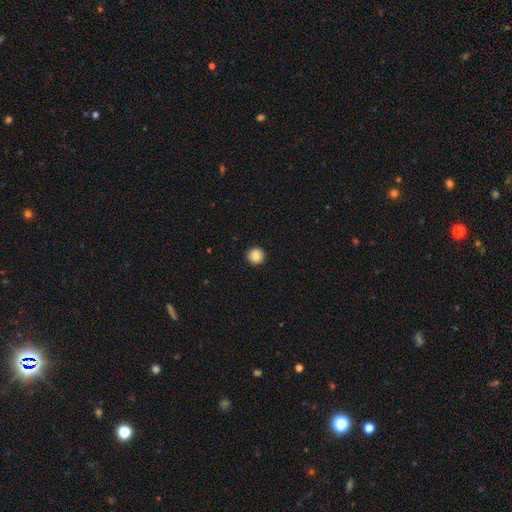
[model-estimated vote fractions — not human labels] A smooth galaxy with no disk features (87%) that is round (95%).

Vote fractions:
- Smooth or featured? smooth: 87% / star or artifact: 9% / featured or disk: 4%
- How rounded? round: 95% / in between: 4% / cigar-shaped: 1%
- Merging? none: 93% / minor disturbance: 5% / major disturbance: 2% / merger: 1%